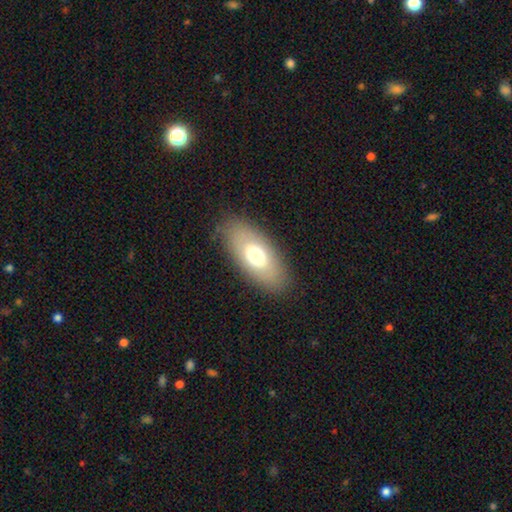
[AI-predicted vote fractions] smooth_or_featured: smooth (p=0.66) [alt: featured or disk p=0.27]
how_rounded: in between (p=0.90) [alt: cigar-shaped p=0.06]
merging: none (p=0.84) [alt: minor disturbance p=0.11]